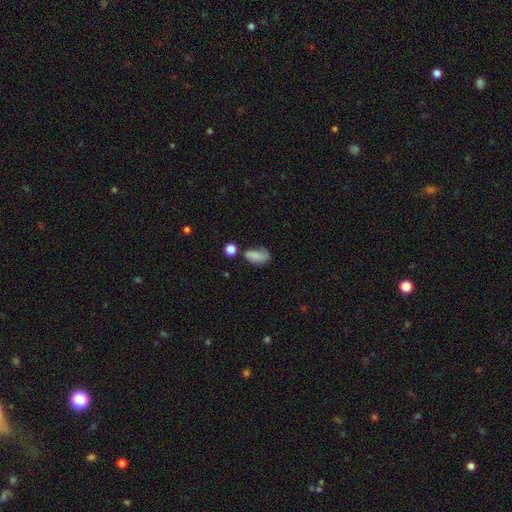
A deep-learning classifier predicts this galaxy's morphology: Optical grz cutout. It shows a smooth galaxy with no disk features (74%) that is in between round and cigar-shaped (86%). Merging: none (45%).